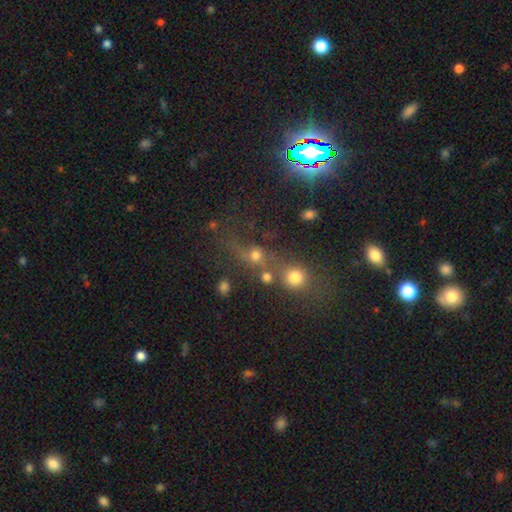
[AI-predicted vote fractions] Overall: smooth (51%; star or artifact 30%). How rounded: round (69%). Merging: none (44%; merger 35%).